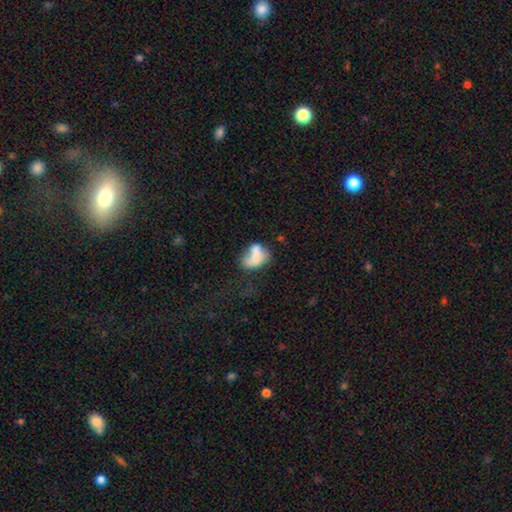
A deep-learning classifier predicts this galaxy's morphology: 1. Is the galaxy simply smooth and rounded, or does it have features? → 62% smooth, 28% featured or disk, 10% star or artifact.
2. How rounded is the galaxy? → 74% in between, 24% round, 2% cigar-shaped.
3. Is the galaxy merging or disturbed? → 28% none, 25% merger, 24% minor disturbance, 23% major disturbance.